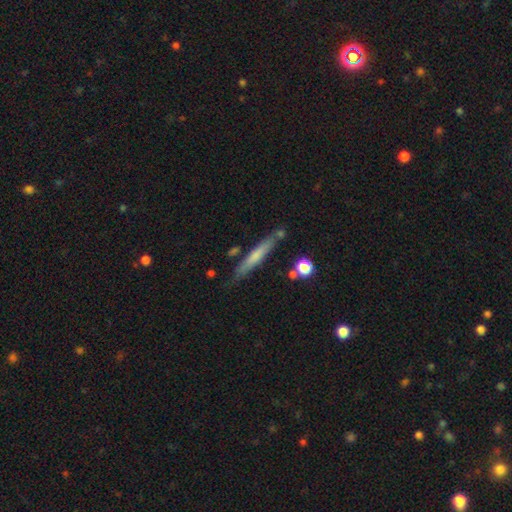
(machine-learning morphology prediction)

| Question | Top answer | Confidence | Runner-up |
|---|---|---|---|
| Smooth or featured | smooth | 56% | featured or disk (37%) |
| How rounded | cigar-shaped | 94% | in between (4%) |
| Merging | none | 77% | minor disturbance (14%) |